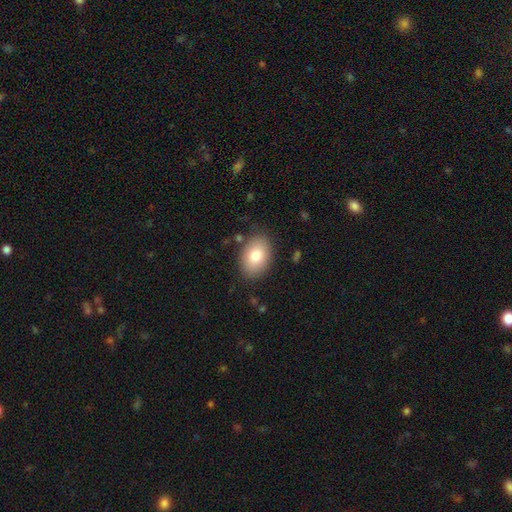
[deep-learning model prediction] Q: Smooth or featured?
A: smooth (81%); runner-up: featured or disk (12%)
Q: How rounded?
A: in between (85%); runner-up: round (14%)
Q: Merging?
A: none (83%); runner-up: minor disturbance (12%)